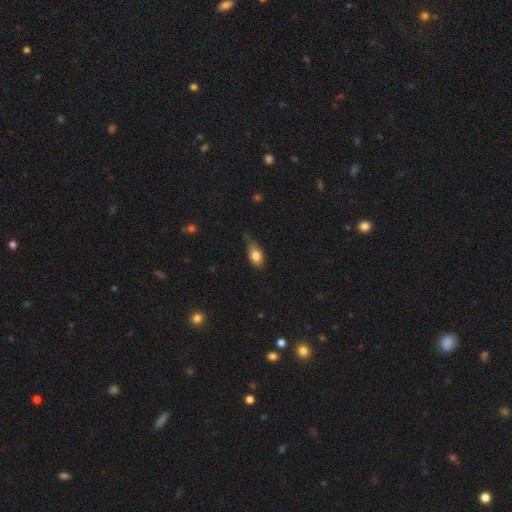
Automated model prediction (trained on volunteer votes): Smooth or featured?
  - smooth: 82% *
  - featured or disk: 10%
  - star or artifact: 8%
How rounded?
  - in between: 87% *
  - round: 7%
  - cigar-shaped: 6%
Merging?
  - none: 51% *
  - minor disturbance: 38%
  - major disturbance: 8%
  - merger: 3%